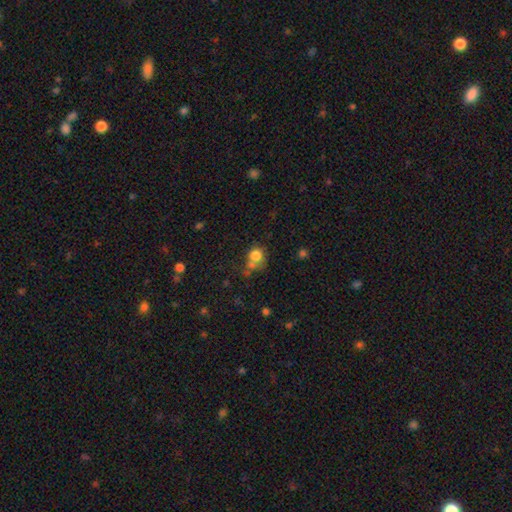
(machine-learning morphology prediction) The model was most divided on "merging": none: 48%, merger: 28%, minor disturbance: 16%, major disturbance: 9%. More confident: how rounded — round (82%); smooth or featured — smooth (78%).